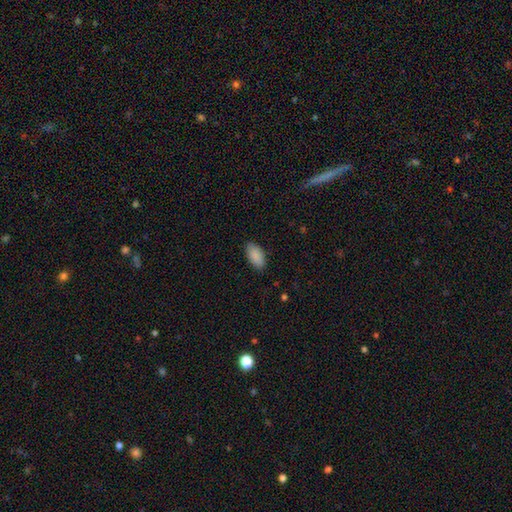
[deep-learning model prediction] Q: Smooth or featured?
A: smooth (90%); runner-up: star or artifact (6%)
Q: How rounded?
A: in between (94%); runner-up: cigar-shaped (4%)
Q: Merging?
A: none (87%); runner-up: minor disturbance (10%)